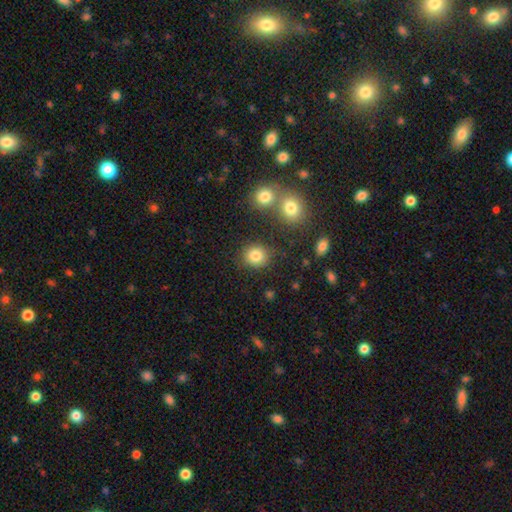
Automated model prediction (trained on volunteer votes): Smooth or featured: smooth — 83% (star or artifact — 11%)
How rounded: round — 83% (in between — 16%)
Merging: none — 81% (minor disturbance — 9%)